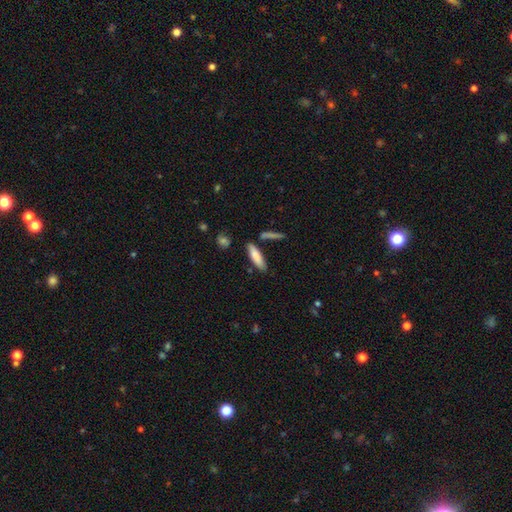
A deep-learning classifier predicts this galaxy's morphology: Overall: smooth (81%). How rounded: cigar-shaped (66%; in between 32%). Merging: none (74%).